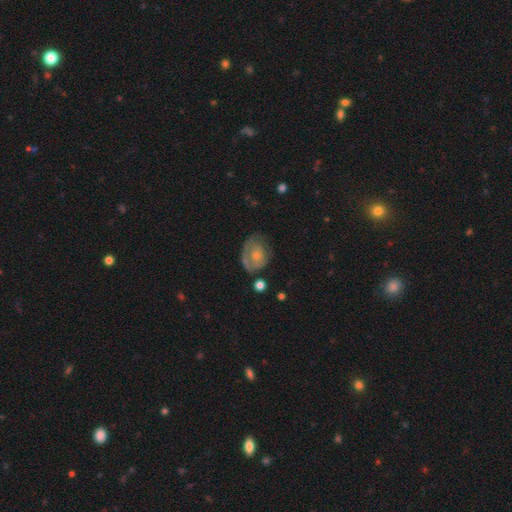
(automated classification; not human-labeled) A featured or disk galaxy (47%). Merging: none (47%).